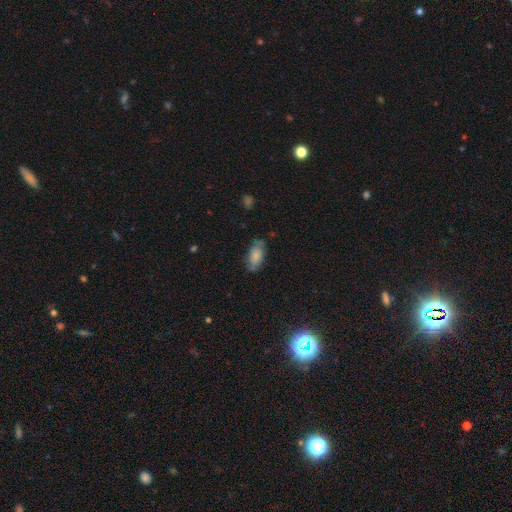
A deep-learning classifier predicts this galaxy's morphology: Smooth or featured: smooth — 78% (featured or disk — 15%)
How rounded: in between — 90% (cigar-shaped — 7%)
Merging: none — 71% (minor disturbance — 21%)